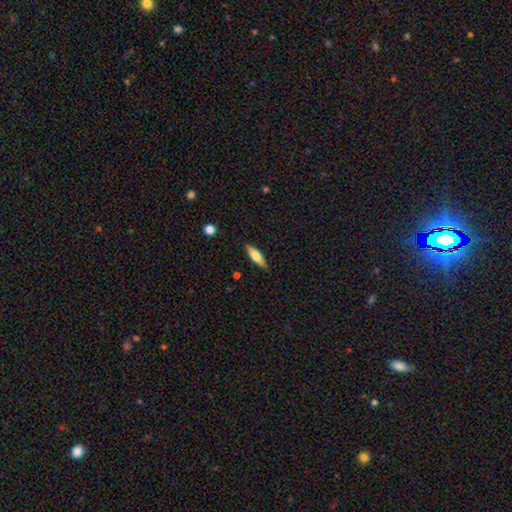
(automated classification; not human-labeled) This is possibly a smooth galaxy (60%). How rounded: possibly cigar-shaped (59%). Merging: clearly none (87%).